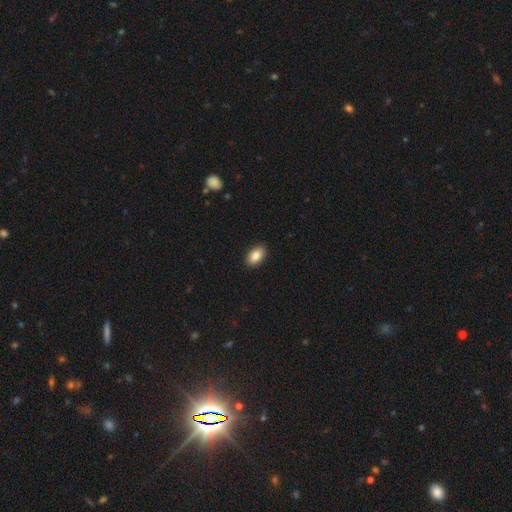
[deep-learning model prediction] Overall: smooth (87%). How rounded: in between (92%). Merging: none (90%).